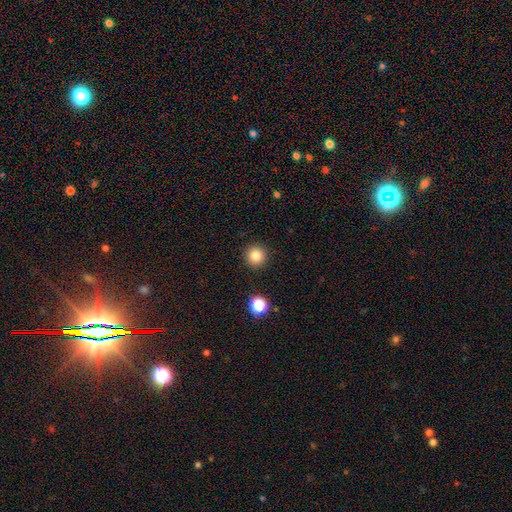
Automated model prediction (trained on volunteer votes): The model was most divided on "smooth or featured": smooth: 82%, star or artifact: 12%, featured or disk: 5%. More confident: how rounded — round (95%); merging — none (91%).